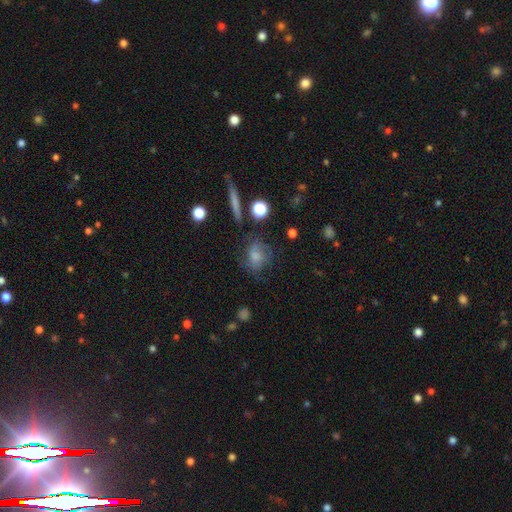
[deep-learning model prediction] Smooth or featured? Predicted: smooth (p=0.61). How rounded? Predicted: round (p=0.57). Merging? Predicted: none (p=0.52).